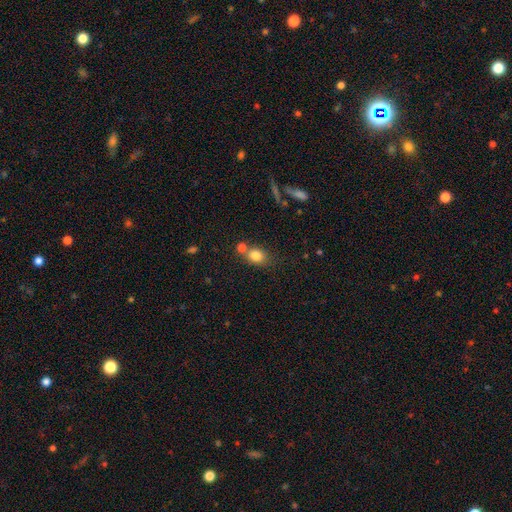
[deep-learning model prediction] Q: Smooth or featured?
A: smooth (81%); runner-up: star or artifact (10%)
Q: How rounded?
A: round (52%); runner-up: in between (47%)
Q: Merging?
A: none (53%); runner-up: merger (32%)